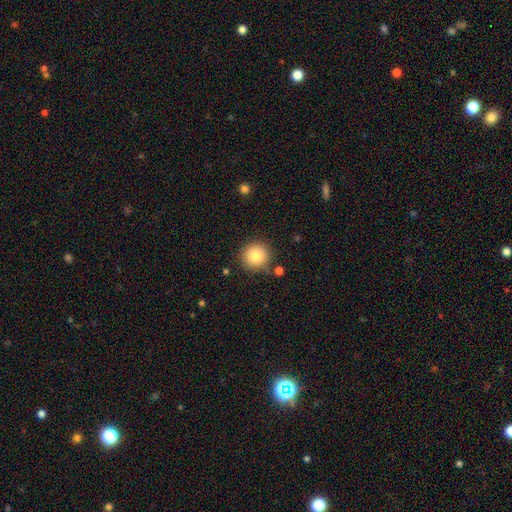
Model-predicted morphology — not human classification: Q: Smooth or featured?
A: smooth (84%); runner-up: star or artifact (10%)
Q: How rounded?
A: round (94%); runner-up: in between (5%)
Q: Merging?
A: none (85%); runner-up: minor disturbance (9%)